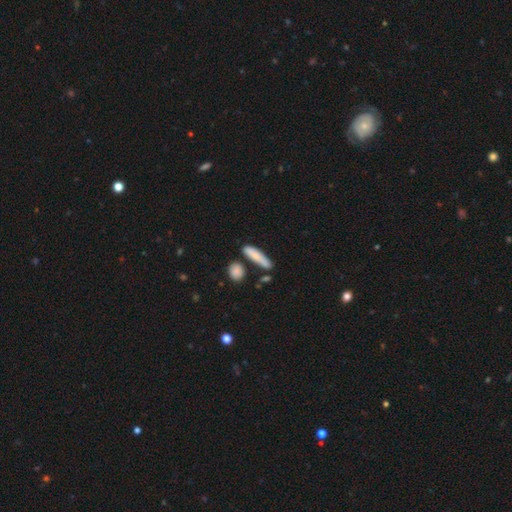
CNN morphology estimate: Smooth or featured? Predicted: smooth (p=0.79). How rounded? Predicted: cigar-shaped (p=0.68). Merging? Predicted: none (p=0.66).